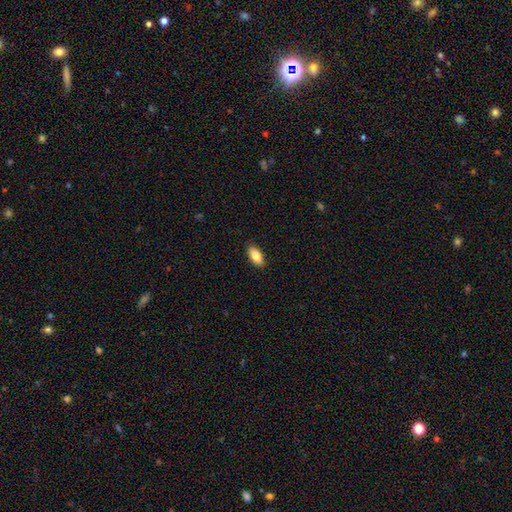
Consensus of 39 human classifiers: Overall: smooth (92%). How rounded: in between (94%). Merging: none (76%).